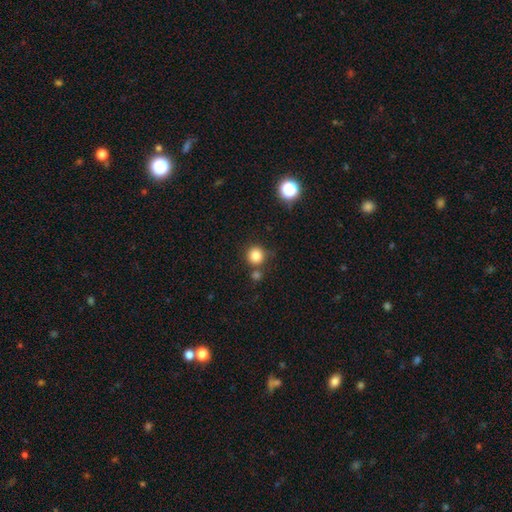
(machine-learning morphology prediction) Smooth or featured?
  - smooth: 83% *
  - star or artifact: 12%
  - featured or disk: 5%
How rounded?
  - round: 92% *
  - in between: 7%
  - cigar-shaped: 1%
Merging?
  - none: 73% *
  - merger: 14%
  - minor disturbance: 9%
  - major disturbance: 3%